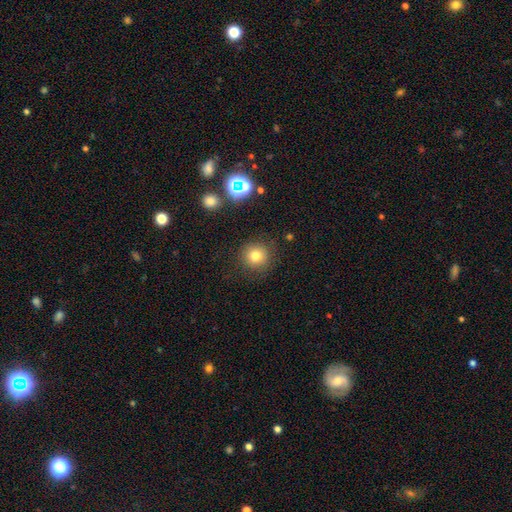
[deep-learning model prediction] A smooth galaxy with no disk features (77%) that is round (93%). Merging: none (87%).